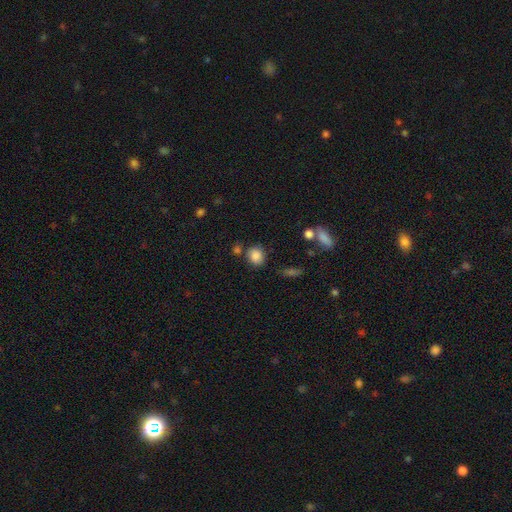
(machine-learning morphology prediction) Smooth or featured? Predicted: smooth (p=0.85). How rounded? Predicted: round (p=0.68). Merging? Predicted: none (p=0.72).